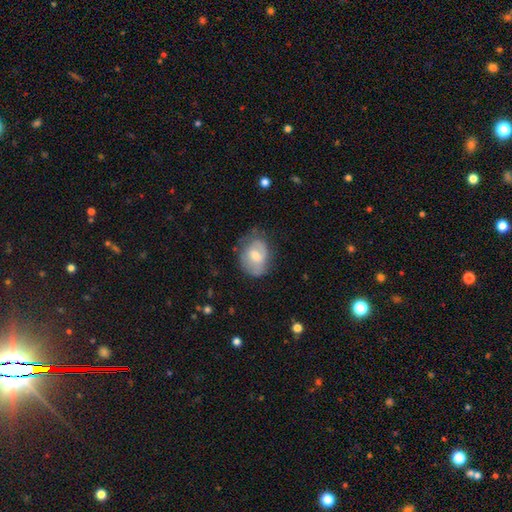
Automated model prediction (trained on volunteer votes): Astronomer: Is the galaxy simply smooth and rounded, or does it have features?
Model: smooth — 54% (runner-up: featured or disk, 40%).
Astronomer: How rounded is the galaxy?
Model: in between — 57% (runner-up: round, 42%).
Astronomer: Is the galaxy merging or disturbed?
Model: none — 57%.